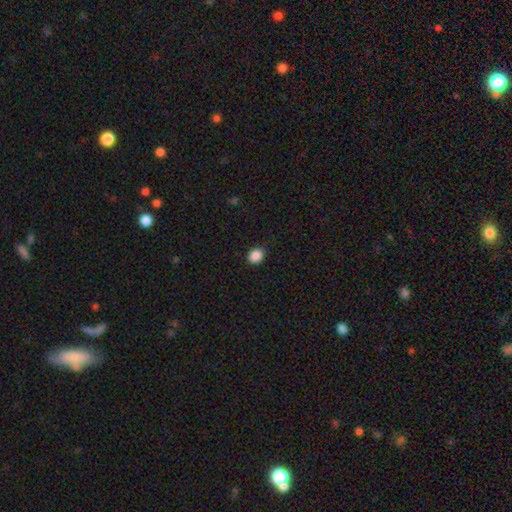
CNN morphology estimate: A smooth galaxy with no disk features (88%) that is in between round and cigar-shaped (52%).

Vote fractions:
- Smooth or featured? smooth: 88% / star or artifact: 9% / featured or disk: 3%
- How rounded? in between: 52% / round: 48% / cigar-shaped: 1%
- Merging? none: 89% / minor disturbance: 8% / major disturbance: 2% / merger: 1%